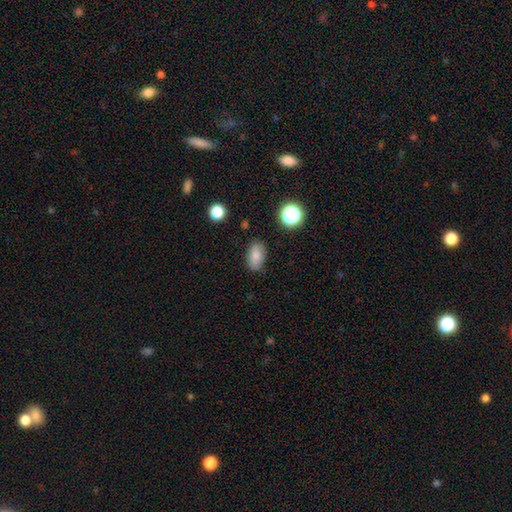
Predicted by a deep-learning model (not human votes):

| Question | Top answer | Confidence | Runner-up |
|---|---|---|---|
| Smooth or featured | smooth | 82% | star or artifact (10%) |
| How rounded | in between | 89% | round (9%) |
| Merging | none | 83% | minor disturbance (12%) |